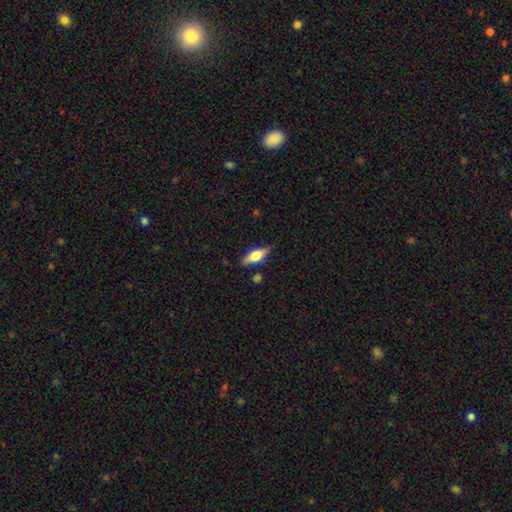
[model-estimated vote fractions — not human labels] Smooth or featured: smooth — 49% (featured or disk — 44%)
Merging: none — 80% (minor disturbance — 13%)